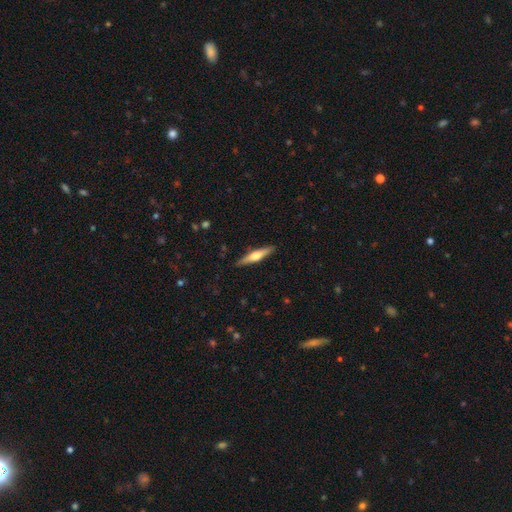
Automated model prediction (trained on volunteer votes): Smooth or featured? featured or disk (59%)
Edge-on disk? yes (97%)
Edge-on bulge? rounded (91%)
Merging? none (90%)